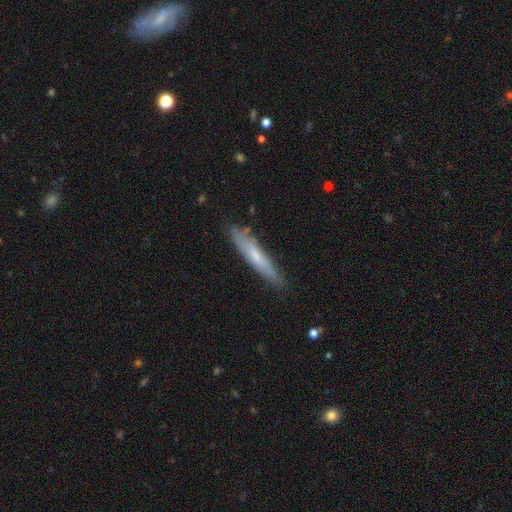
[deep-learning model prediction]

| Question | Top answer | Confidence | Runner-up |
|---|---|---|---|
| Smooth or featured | smooth | 54% | featured or disk (40%) |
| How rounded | cigar-shaped | 91% | in between (7%) |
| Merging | none | 82% | minor disturbance (14%) |